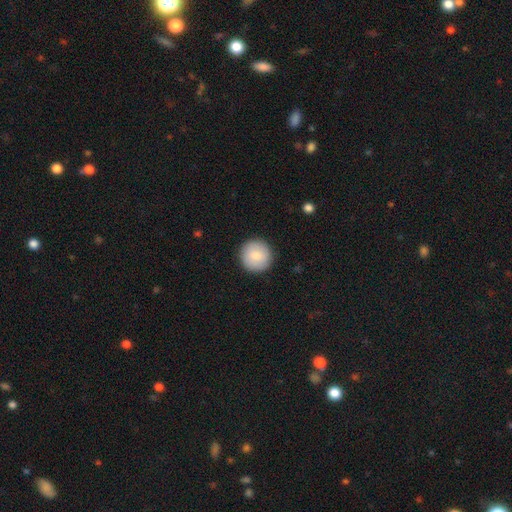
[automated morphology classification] Smooth or featured?
  - smooth: 81% *
  - featured or disk: 13%
  - star or artifact: 6%
How rounded?
  - round: 96% *
  - in between: 3%
  - cigar-shaped: 1%
Merging?
  - none: 91% *
  - minor disturbance: 6%
  - major disturbance: 2%
  - merger: 1%